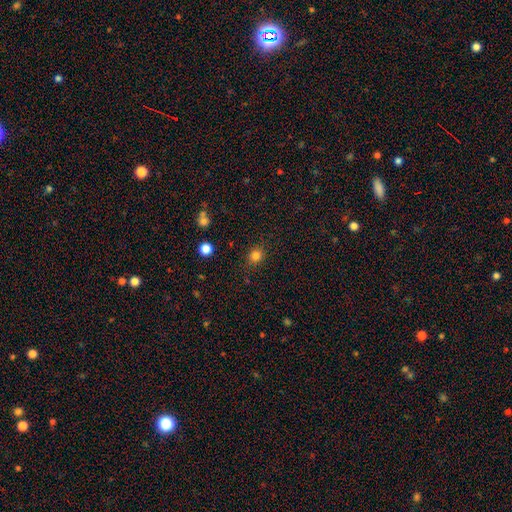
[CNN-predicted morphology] Smooth or featured? smooth (82%)
How rounded? round (76%)
Merging? none (86%)